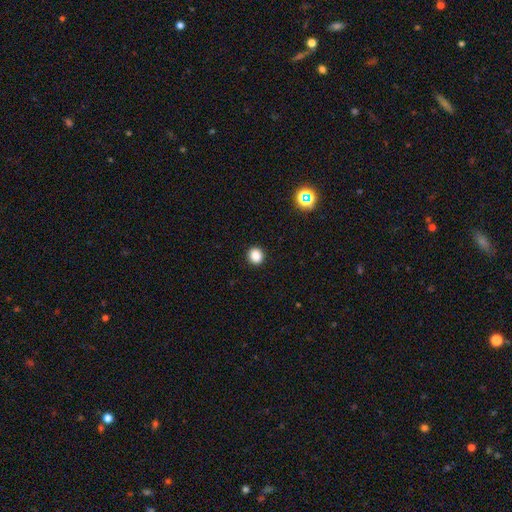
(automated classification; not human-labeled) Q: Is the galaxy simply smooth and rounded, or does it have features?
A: smooth — 85%.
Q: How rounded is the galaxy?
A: round — 86%.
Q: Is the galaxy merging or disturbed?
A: none — 92%.